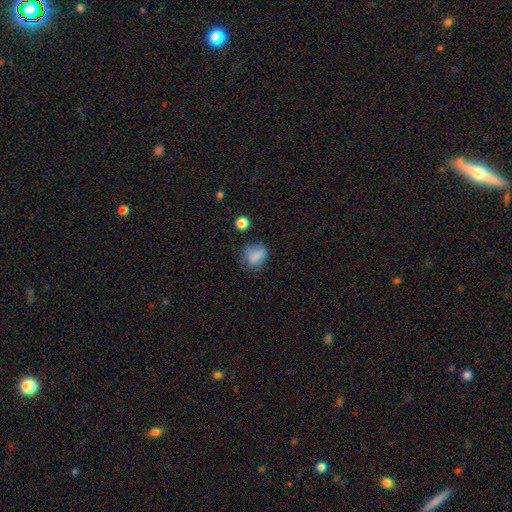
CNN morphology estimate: Smooth or featured?
  - smooth: 79% *
  - star or artifact: 12%
  - featured or disk: 10%
How rounded?
  - round: 54% *
  - in between: 44%
  - cigar-shaped: 2%
Merging?
  - none: 59% *
  - minor disturbance: 27%
  - major disturbance: 12%
  - merger: 3%